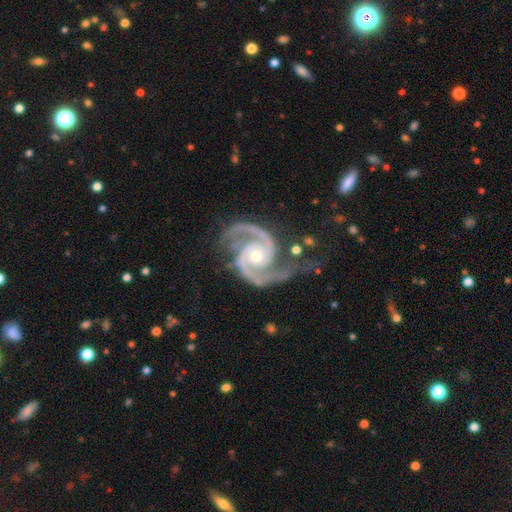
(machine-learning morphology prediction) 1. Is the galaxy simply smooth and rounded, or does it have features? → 94% featured or disk, 4% star or artifact, 2% smooth.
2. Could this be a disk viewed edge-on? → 98% no, 2% yes.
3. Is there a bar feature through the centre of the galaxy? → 69% no, 22% weak, 9% strong.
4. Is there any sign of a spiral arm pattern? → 99% yes, 1% no.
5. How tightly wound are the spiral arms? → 57% medium, 34% tight, 8% loose.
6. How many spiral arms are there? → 89% 2, 6% 3, 2% can't tell, 1% 4, 1% 1, 1% more than 4.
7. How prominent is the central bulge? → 51% moderate, 45% small, 2% large, 1% none, 1% dominant.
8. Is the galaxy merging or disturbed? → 65% none, 21% minor disturbance, 11% major disturbance, 3% merger.